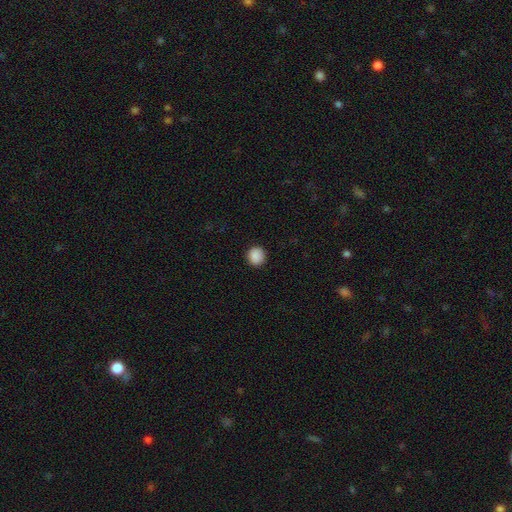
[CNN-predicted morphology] Smooth or featured?
  - smooth: 89% *
  - star or artifact: 8%
  - featured or disk: 3%
How rounded?
  - round: 91% *
  - in between: 8%
  - cigar-shaped: 1%
Merging?
  - none: 91% *
  - minor disturbance: 6%
  - major disturbance: 2%
  - merger: 1%